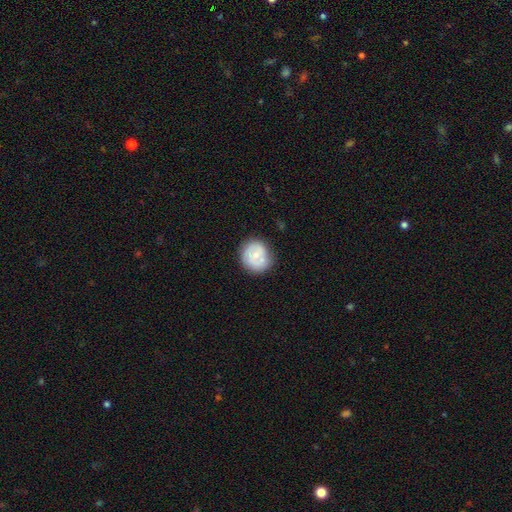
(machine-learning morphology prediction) A smooth galaxy with no disk features (52%) that is round (80%).

Vote fractions:
- Smooth or featured? smooth: 52% / featured or disk: 41% / star or artifact: 7%
- How rounded? round: 80% / in between: 19% / cigar-shaped: 1%
- Merging? none: 68% / minor disturbance: 20% / major disturbance: 6% / merger: 5%